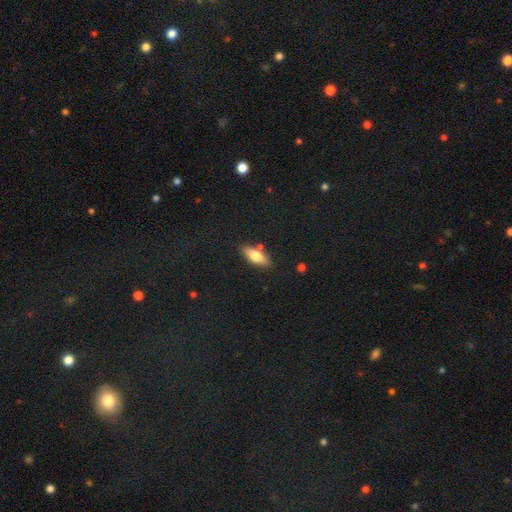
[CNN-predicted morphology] type=smooth (70%); roundness=in between (68%); merging=none (80%).